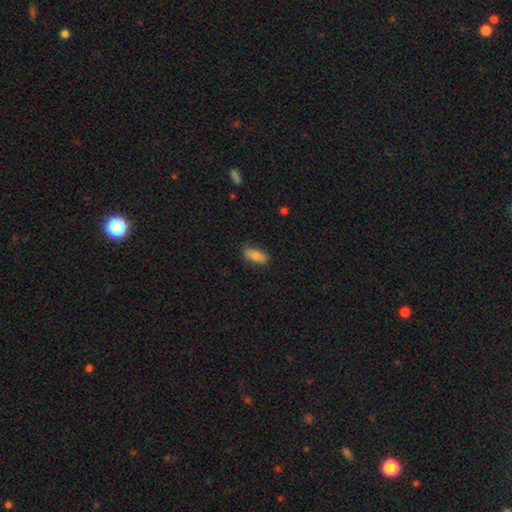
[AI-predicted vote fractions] A smooth galaxy with no disk features (78%) that is in between round and cigar-shaped (73%). Merging: none (76%).